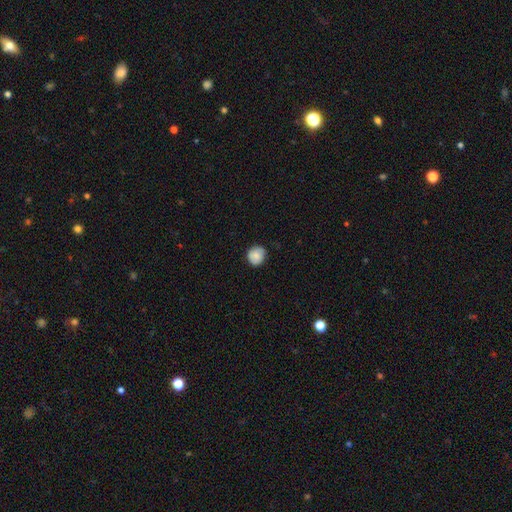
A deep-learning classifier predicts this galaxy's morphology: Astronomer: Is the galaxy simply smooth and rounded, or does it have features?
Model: smooth — 78%.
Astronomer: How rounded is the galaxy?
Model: round — 85%.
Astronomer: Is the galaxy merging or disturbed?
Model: none — 76%.